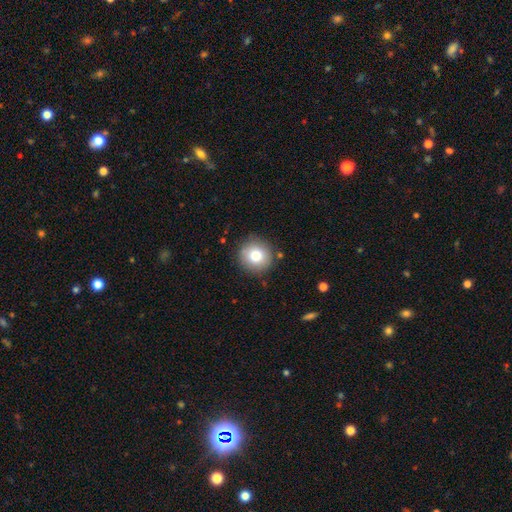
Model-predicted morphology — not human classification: smooth-or-featured: smooth: 78% | featured or disk: 12% | star or artifact: 10%
  how-rounded: round: 94% | in between: 6% | cigar-shaped: 1%
  merging: none: 88% | minor disturbance: 8% | major disturbance: 2% | merger: 2%